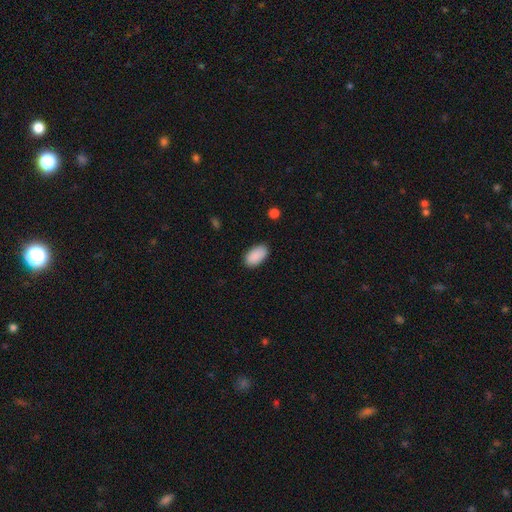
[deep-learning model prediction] A smooth galaxy with no disk features (91%) that is in between round and cigar-shaped (95%).

Vote fractions:
- Smooth or featured? smooth: 91% / star or artifact: 7% / featured or disk: 3%
- How rounded? in between: 95% / round: 3% / cigar-shaped: 2%
- Merging? none: 85% / minor disturbance: 11% / major disturbance: 2% / merger: 1%